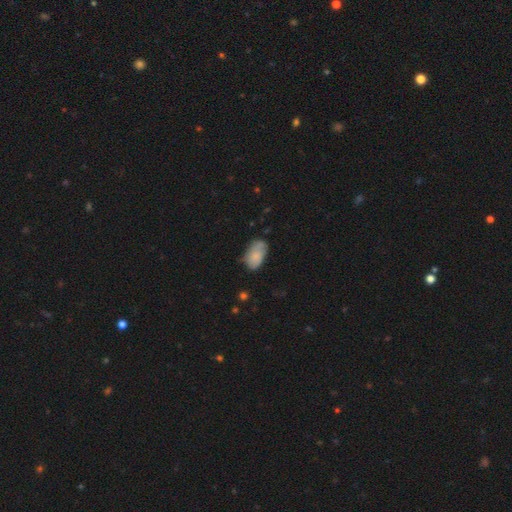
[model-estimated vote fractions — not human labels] Smooth or featured: smooth — 70% (featured or disk — 22%)
How rounded: in between — 92% (round — 6%)
Merging: none — 51% (minor disturbance — 34%)